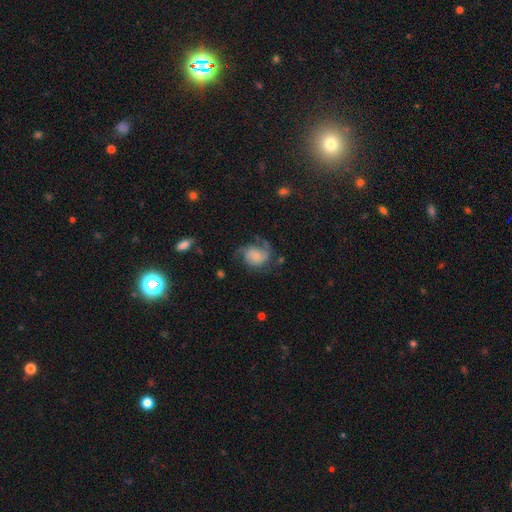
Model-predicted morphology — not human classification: Overall: featured or disk (61%; smooth 31%). Edge-on disk: no (98%). Bar: no (74%). Spiral arms: yes (88%). Spiral arm count: 2 (46%; 1 21%). Spiral winding: medium (42%; loose 37%). Bulge size: small (55%; moderate 22%). Merging: none (47%; major disturbance 27%).